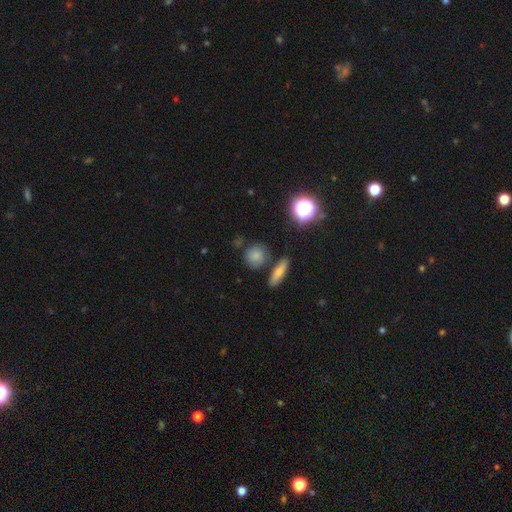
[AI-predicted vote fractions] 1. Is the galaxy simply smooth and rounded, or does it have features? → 75% smooth, 16% star or artifact, 9% featured or disk.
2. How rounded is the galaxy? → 80% round, 17% in between, 3% cigar-shaped.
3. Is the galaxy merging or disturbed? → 75% none, 13% minor disturbance, 8% merger, 4% major disturbance.